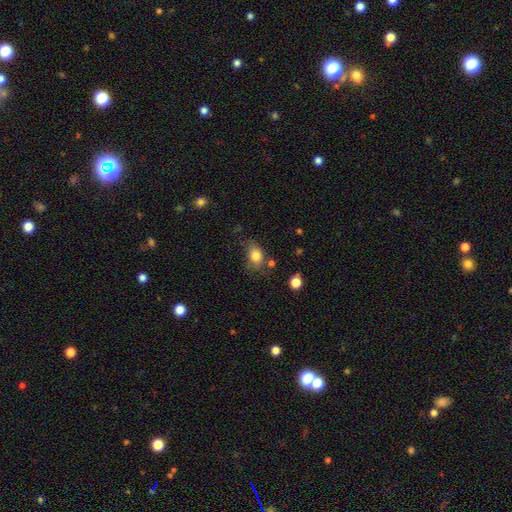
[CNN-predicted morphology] type=smooth (81%); roundness=in between (68%); merging=none (55%).